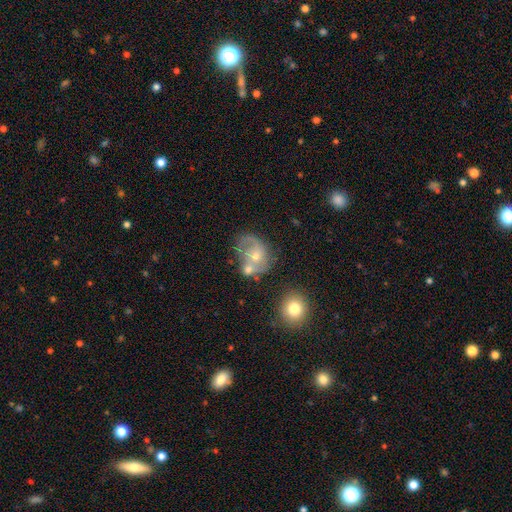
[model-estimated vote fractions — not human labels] Q: Smooth or featured?
A: featured or disk (58%); runner-up: smooth (32%)
Q: Edge-on disk?
A: no (97%); runner-up: yes (3%)
Q: Bar?
A: no (73%); runner-up: weak (23%)
Q: Spiral arms?
A: yes (72%); runner-up: no (28%)
Q: Bulge size?
A: small (49%); runner-up: moderate (44%)
Q: Merging?
A: none (36%); runner-up: merger (23%)